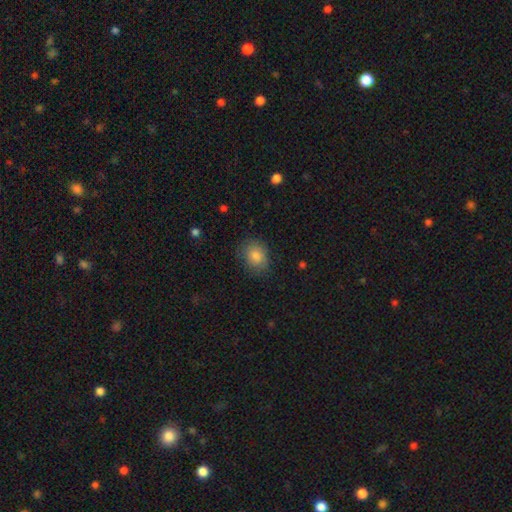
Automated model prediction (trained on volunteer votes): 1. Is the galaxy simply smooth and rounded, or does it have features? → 82% smooth, 9% star or artifact, 9% featured or disk.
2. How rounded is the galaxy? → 51% round, 48% in between, 1% cigar-shaped.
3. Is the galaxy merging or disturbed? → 78% none, 17% minor disturbance, 4% major disturbance, 1% merger.